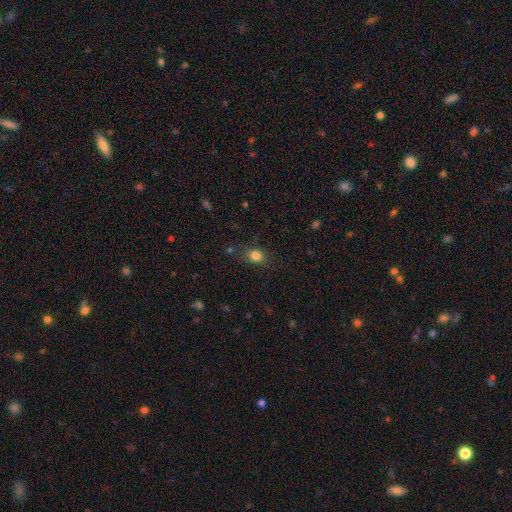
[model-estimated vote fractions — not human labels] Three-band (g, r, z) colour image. It shows a smooth galaxy with no disk features (81%) that is round (53%). Merging: none (78%).